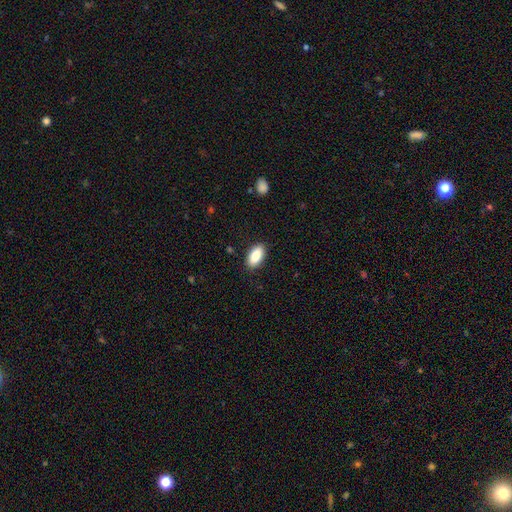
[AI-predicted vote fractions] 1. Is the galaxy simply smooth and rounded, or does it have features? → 87% smooth, 7% featured or disk, 6% star or artifact.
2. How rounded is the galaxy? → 92% in between, 5% cigar-shaped, 3% round.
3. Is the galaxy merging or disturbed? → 88% none, 9% minor disturbance, 2% major disturbance, 1% merger.